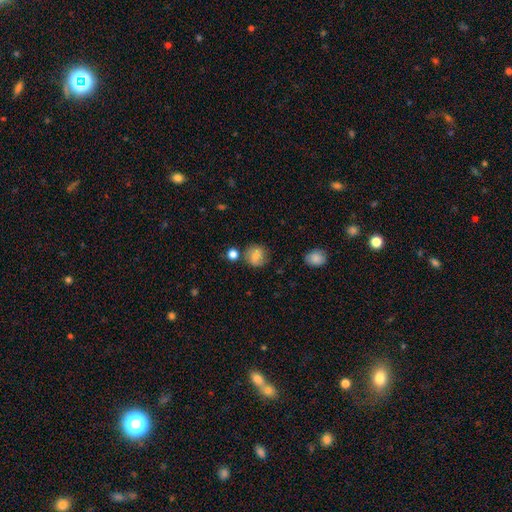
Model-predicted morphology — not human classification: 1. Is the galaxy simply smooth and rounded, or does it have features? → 74% smooth, 16% featured or disk, 10% star or artifact.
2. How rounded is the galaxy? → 84% round, 15% in between, 1% cigar-shaped.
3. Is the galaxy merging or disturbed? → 71% none, 16% minor disturbance, 7% merger, 5% major disturbance.